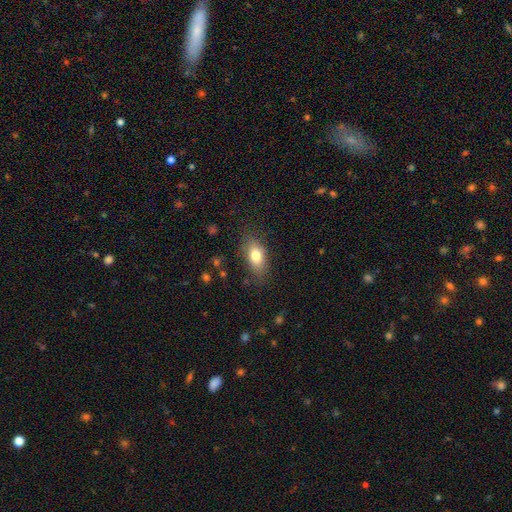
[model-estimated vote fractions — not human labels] This appears to be a smooth galaxy with no disk features (78%) that is in between round and cigar-shaped (85%). Merging: none (78%).